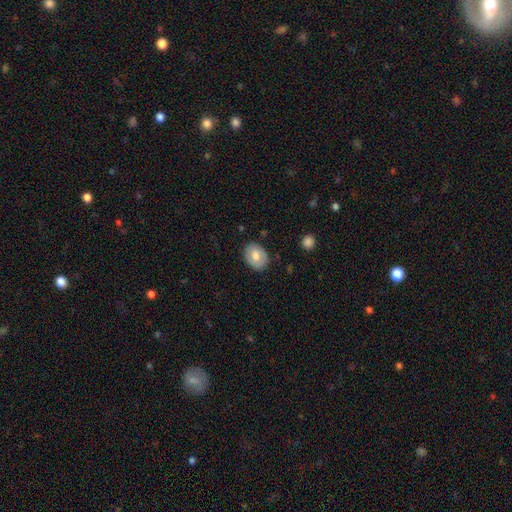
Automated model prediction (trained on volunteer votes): Morphology: type=smooth (68%); roundness=in between (63%); merging=none (84%).